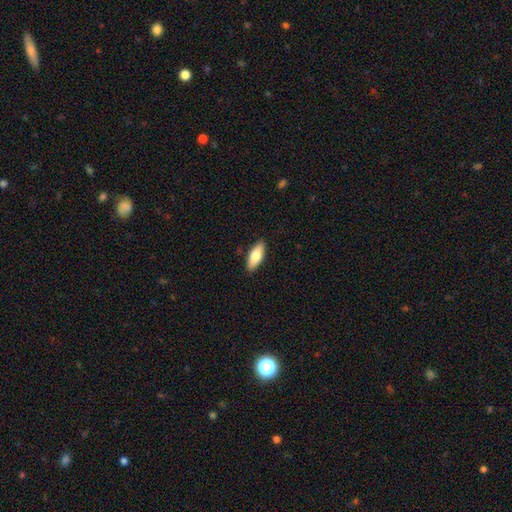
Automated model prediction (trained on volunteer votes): smooth-or-featured: smooth: 74% | featured or disk: 20% | star or artifact: 6%
  how-rounded: in between: 76% | cigar-shaped: 22% | round: 2%
  merging: none: 89% | minor disturbance: 9% | major disturbance: 2% | merger: 1%